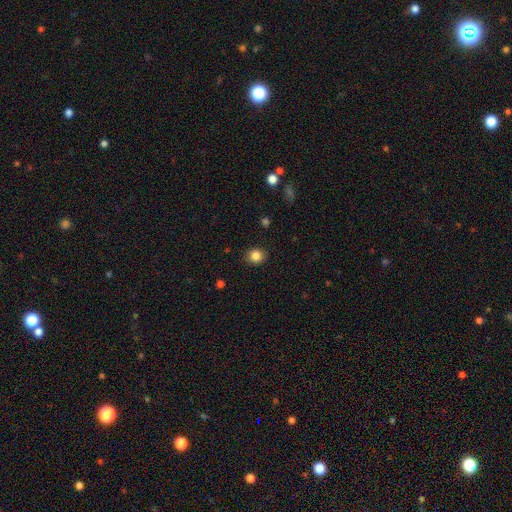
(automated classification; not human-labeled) Smooth or featured: smooth — 85% (star or artifact — 11%)
How rounded: round — 82% (in between — 17%)
Merging: none — 89% (minor disturbance — 8%)